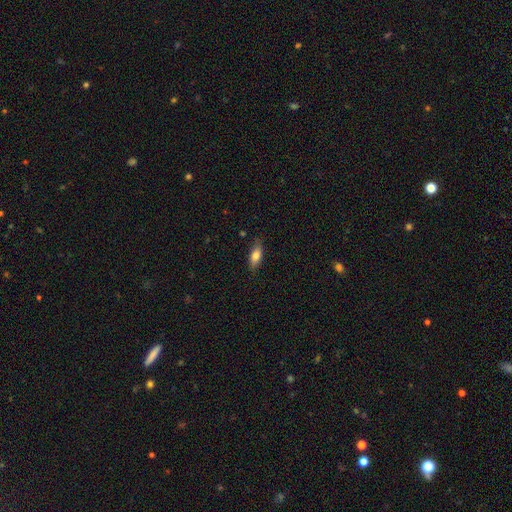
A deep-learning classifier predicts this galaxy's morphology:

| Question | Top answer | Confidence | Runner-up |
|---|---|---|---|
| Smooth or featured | smooth | 75% | featured or disk (18%) |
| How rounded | in between | 73% | cigar-shaped (24%) |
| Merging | none | 81% | minor disturbance (15%) |